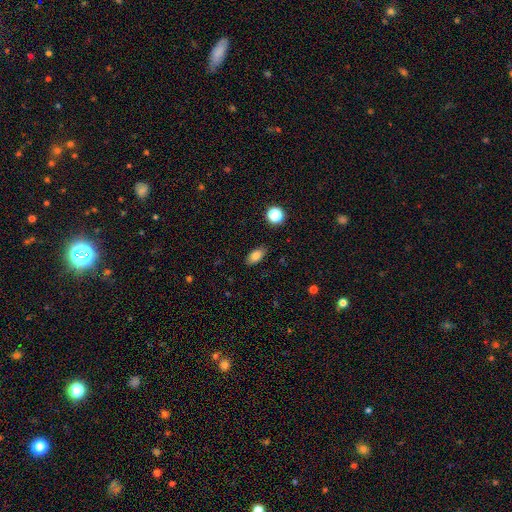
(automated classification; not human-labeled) A smooth galaxy with no disk features (81%) that is in between round and cigar-shaped (89%).

Vote fractions:
- Smooth or featured? smooth: 81% / star or artifact: 10% / featured or disk: 9%
- How rounded? in between: 89% / round: 6% / cigar-shaped: 5%
- Merging? none: 86% / minor disturbance: 11% / major disturbance: 2% / merger: 1%